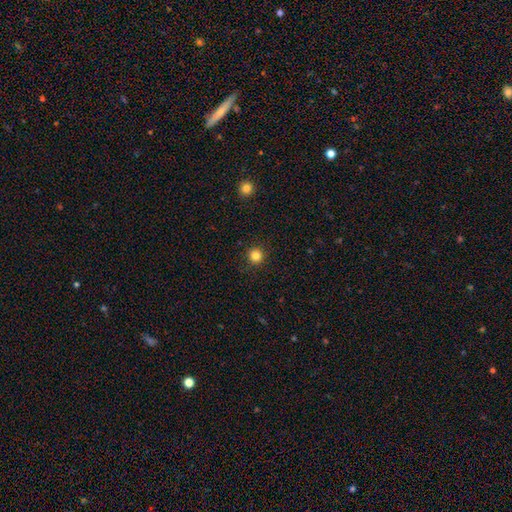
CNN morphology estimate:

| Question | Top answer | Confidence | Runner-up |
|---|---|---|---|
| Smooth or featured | smooth | 83% | star or artifact (13%) |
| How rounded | round | 95% | in between (4%) |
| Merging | none | 92% | minor disturbance (5%) |